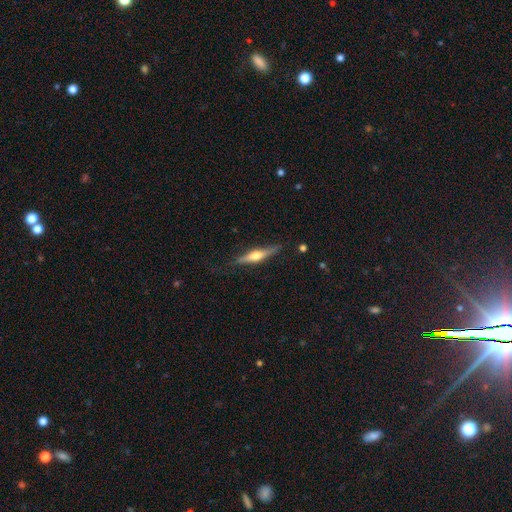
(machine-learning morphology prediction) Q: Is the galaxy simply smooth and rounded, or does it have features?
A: featured or disk — 61%.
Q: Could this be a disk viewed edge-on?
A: yes — 96%.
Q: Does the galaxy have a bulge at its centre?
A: rounded — 91%.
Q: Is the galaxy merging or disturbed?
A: none — 78%.